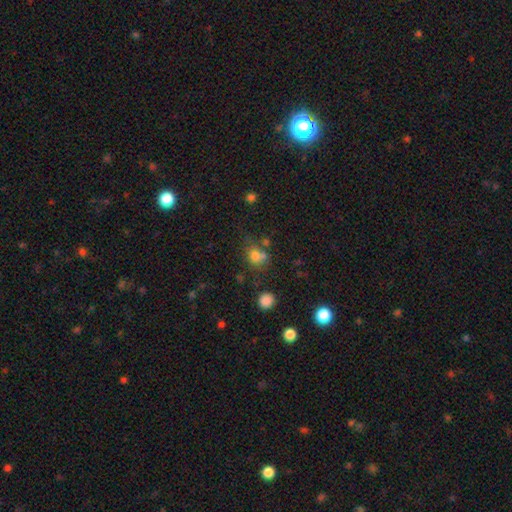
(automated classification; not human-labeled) Q: Smooth or featured?
A: smooth (73%); runner-up: star or artifact (16%)
Q: How rounded?
A: round (63%); runner-up: in between (36%)
Q: Merging?
A: none (48%); runner-up: merger (26%)